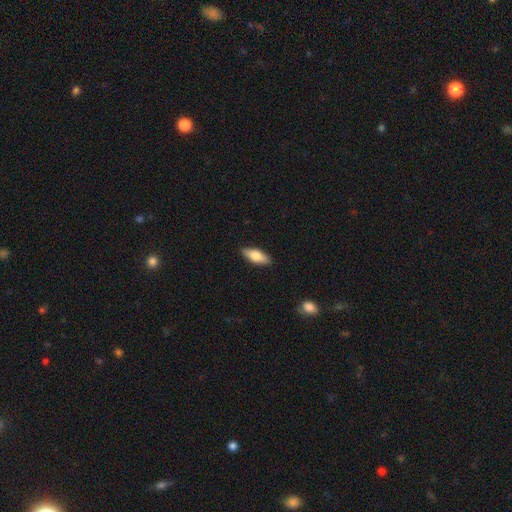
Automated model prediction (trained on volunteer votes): This appears to be a smooth galaxy with no disk features (73%) that is in between round and cigar-shaped (73%). Merging: none (89%).